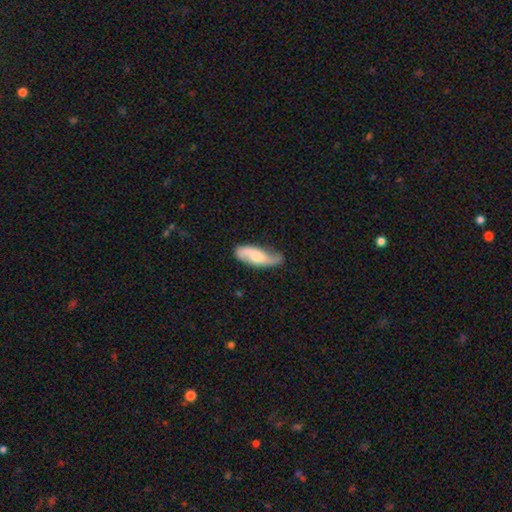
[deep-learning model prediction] Overall: featured or disk (66%; smooth 28%). Edge-on disk: no (89%). Bar: no (57%; weak 34%). Spiral arms: yes (93%). Spiral arm count: 2 (88%). Spiral winding: loose (62%; medium 29%). Bulge size: moderate (50%; small 27%). Merging: none (71%).